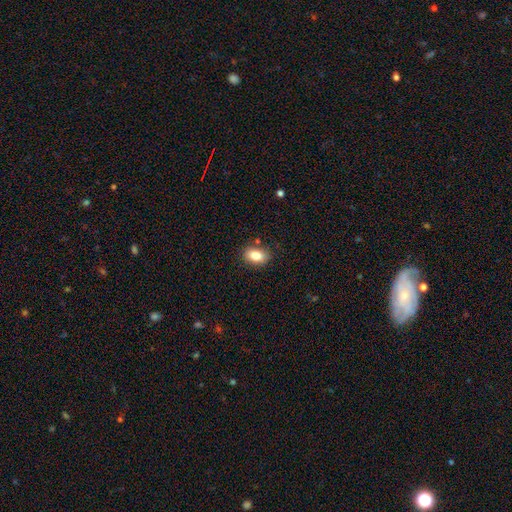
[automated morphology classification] smooth_or_featured: smooth (p=0.83) [alt: star or artifact p=0.09]
how_rounded: in between (p=0.81) [alt: round p=0.17]
merging: none (p=0.83) [alt: minor disturbance p=0.12]